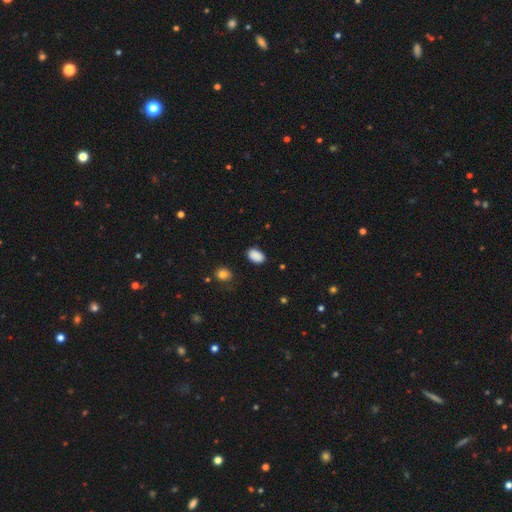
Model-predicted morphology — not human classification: type=smooth (89%); roundness=in between (90%); merging=none (85%).